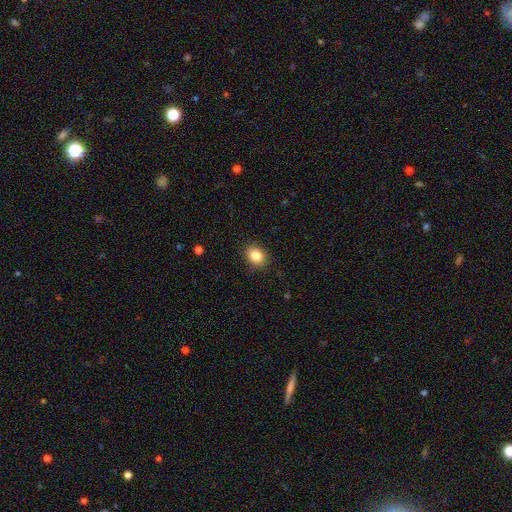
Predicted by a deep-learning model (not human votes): Smooth or featured: smooth — 85% (star or artifact — 10%)
How rounded: round — 53% (in between — 46%)
Merging: none — 87% (minor disturbance — 9%)